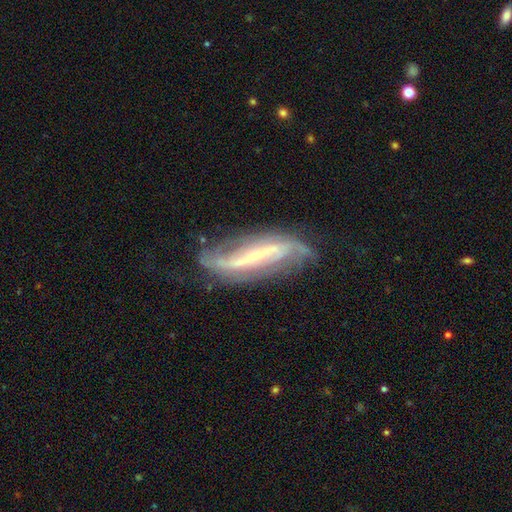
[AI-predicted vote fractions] smooth-or-featured: featured or disk: 85% | smooth: 8% | star or artifact: 6%
  disk-edge-on: no: 81% | yes: 19%
    bar: strong: 60% | weak: 23% | no: 16%
    has-spiral-arms: yes: 92% | no: 8%
      spiral-winding: loose: 53% | medium: 29% | tight: 18%
      spiral-arm-count: 2: 77% | can't tell: 12% | 3: 4% | 1: 3% | 4: 2% | more than 4: 2%
    bulge-size: small: 76% | moderate: 16% | none: 4% | large: 2% | dominant: 1%
  merging: none: 66% | minor disturbance: 21% | major disturbance: 11% | merger: 3%